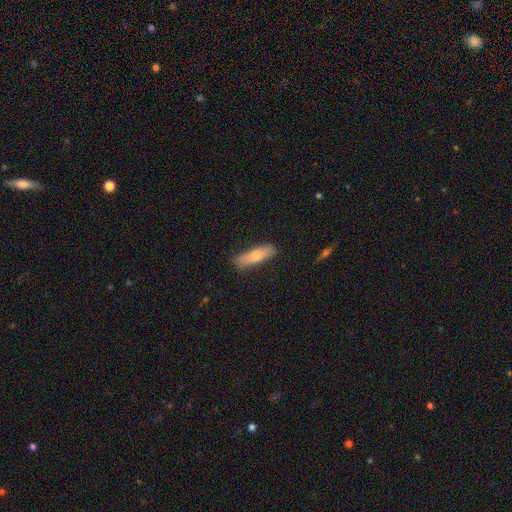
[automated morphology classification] A smooth galaxy with no disk features (78%) that is cigar-shaped (64%). Merging: none (80%).